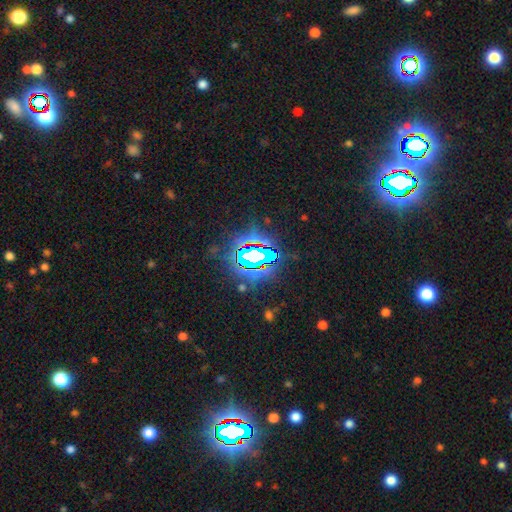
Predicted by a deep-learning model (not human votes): A star or artifact, not a galaxy (80%).